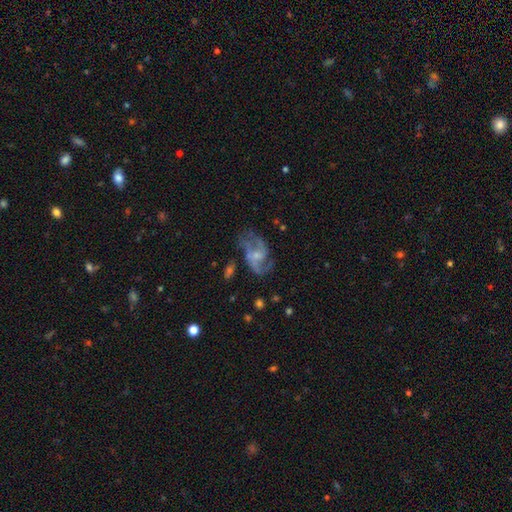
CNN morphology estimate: A featured or disk galaxy (76%) with no bar (55%), 2 (45%) medium (45%) spiral arms (83%) and a small central bulge (48%). Merging: none (48%).